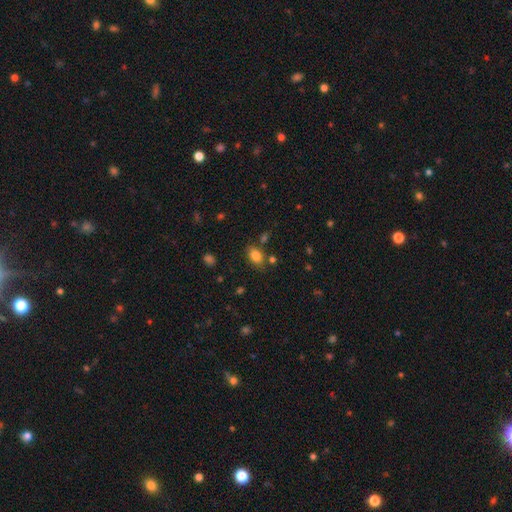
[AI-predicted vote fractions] smooth-or-featured: smooth: 82% | star or artifact: 10% | featured or disk: 7%
  how-rounded: in between: 79% | round: 19% | cigar-shaped: 2%
  merging: none: 73% | minor disturbance: 15% | merger: 7% | major disturbance: 4%